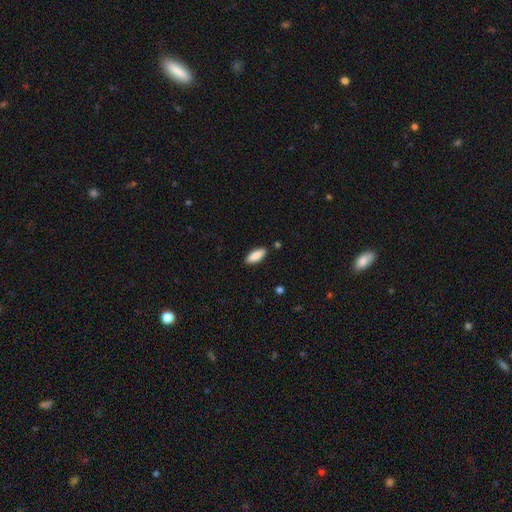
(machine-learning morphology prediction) smooth 86%, featured or disk 8%, star or artifact 6%. Down the decision tree: how rounded — in between (77%); merging — none (88%).